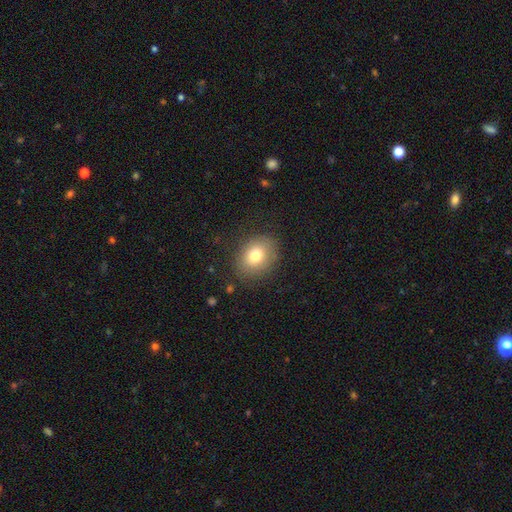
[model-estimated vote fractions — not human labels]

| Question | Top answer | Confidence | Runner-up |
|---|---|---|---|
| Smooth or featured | smooth | 77% | featured or disk (12%) |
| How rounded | in between | 51% | round (48%) |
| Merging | none | 82% | minor disturbance (12%) |